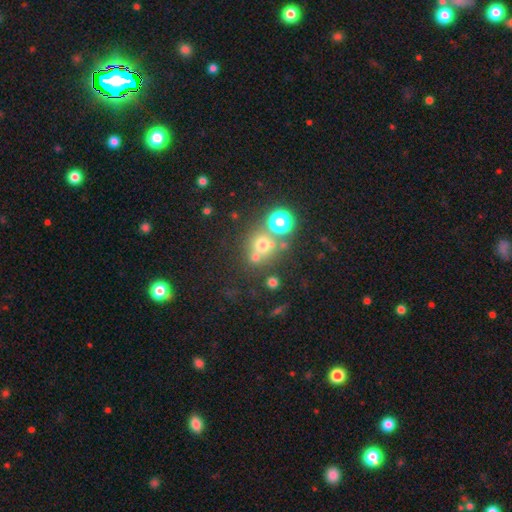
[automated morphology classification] Smooth or featured?
  - smooth: 56% *
  - star or artifact: 28%
  - featured or disk: 16%
How rounded?
  - round: 84% *
  - in between: 15%
  - cigar-shaped: 1%
Merging?
  - none: 56% *
  - merger: 30%
  - minor disturbance: 9%
  - major disturbance: 5%